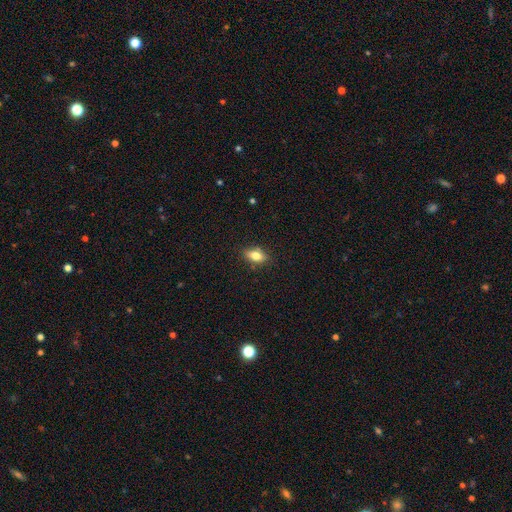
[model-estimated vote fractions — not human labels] smooth 76%, featured or disk 15%, star or artifact 9%. Down the decision tree: how rounded — in between (83%); merging — none (85%).